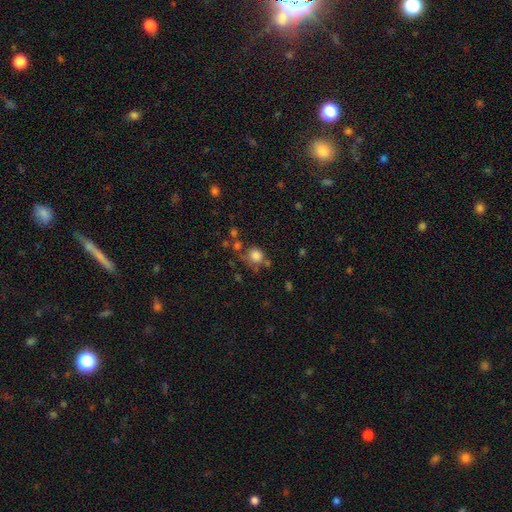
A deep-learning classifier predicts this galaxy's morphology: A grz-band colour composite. It shows a smooth galaxy with no disk features (81%) that is round (84%). Merging: none (59%).